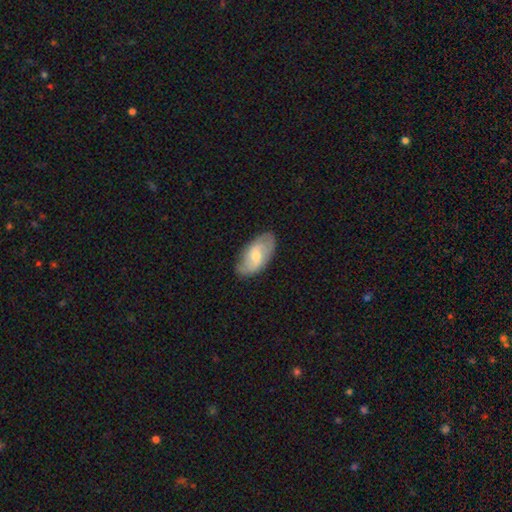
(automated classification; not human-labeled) The model was most divided on "smooth or featured": featured or disk: 53%, smooth: 41%, star or artifact: 6%. More confident: edge-on disk — no (93%); merging — none (76%).